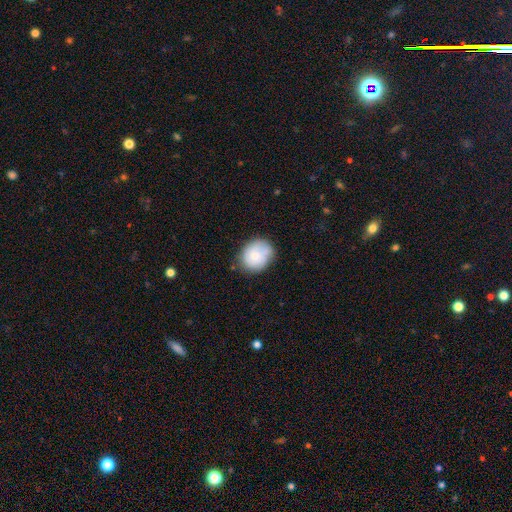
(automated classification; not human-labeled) smooth 67%, featured or disk 25%, star or artifact 7%. Down the decision tree: how rounded — round (66%); merging — none (64%).